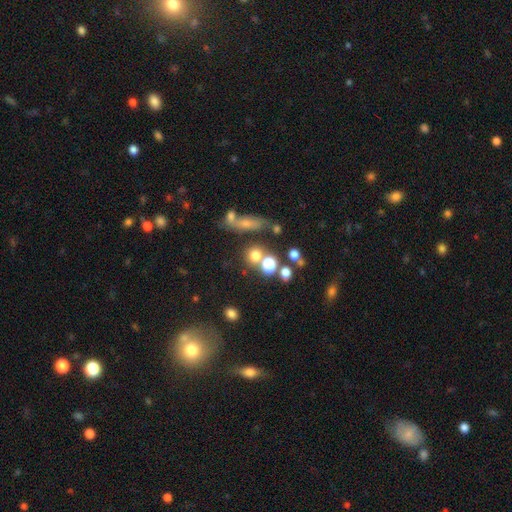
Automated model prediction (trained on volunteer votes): Smooth or featured: smooth — 68% (star or artifact — 20%)
How rounded: round — 81% (in between — 16%)
Merging: none — 58% (merger — 27%)